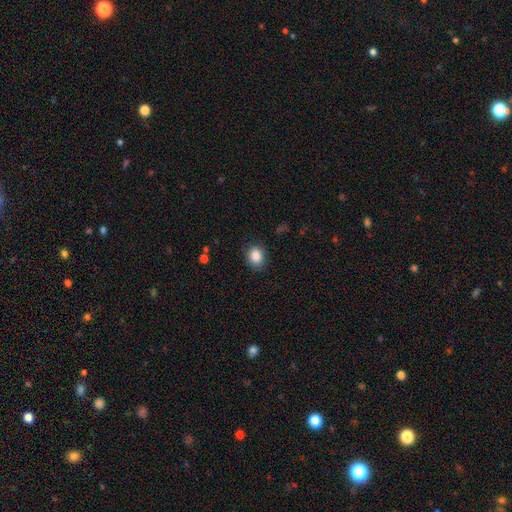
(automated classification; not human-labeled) This is clearly a smooth galaxy (87%). How rounded: possibly in between (50%). Merging: clearly none (82%).